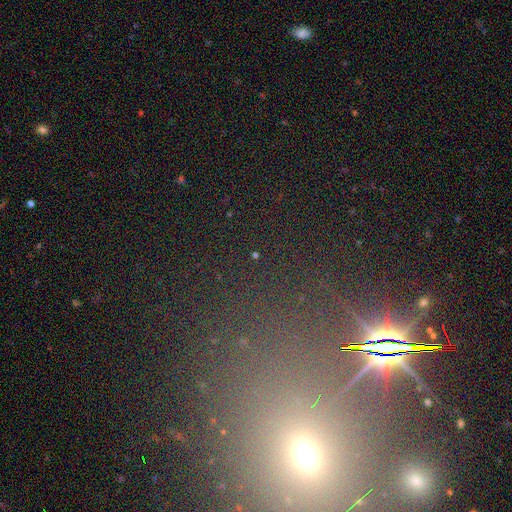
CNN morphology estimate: This appears to be a star or artifact, not a galaxy (74%).